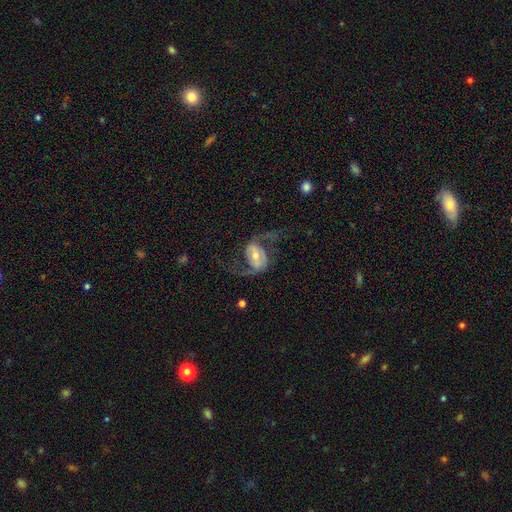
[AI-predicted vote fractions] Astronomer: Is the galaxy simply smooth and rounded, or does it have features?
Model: featured or disk — 83%.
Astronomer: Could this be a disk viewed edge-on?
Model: no — 96%.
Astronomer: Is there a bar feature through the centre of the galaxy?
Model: strong — 40% (runner-up: weak, 38%).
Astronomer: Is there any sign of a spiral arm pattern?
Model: yes — 92%.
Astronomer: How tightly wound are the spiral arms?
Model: loose — 68%.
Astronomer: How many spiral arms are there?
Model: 2 — 92%.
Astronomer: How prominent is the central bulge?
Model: moderate — 58% (runner-up: small, 33%).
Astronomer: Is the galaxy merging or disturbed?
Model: none — 58%.